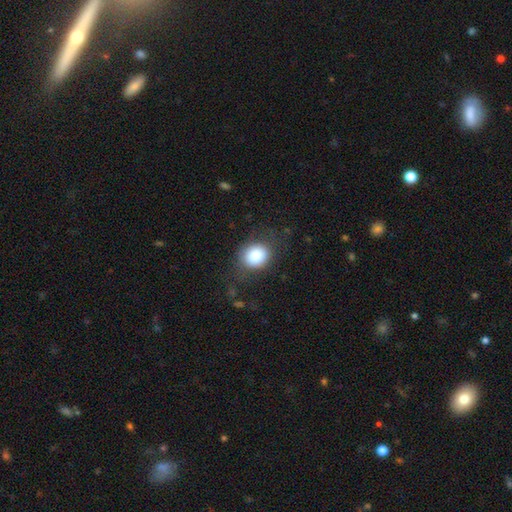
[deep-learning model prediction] smooth 83%, star or artifact 9%, featured or disk 8%. Down the decision tree: how rounded — round (68%); merging — none (71%).